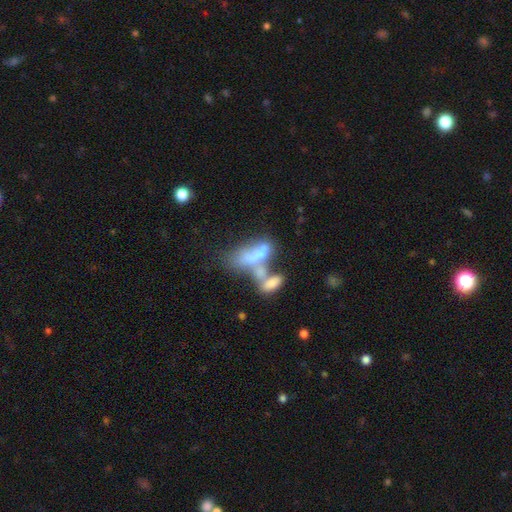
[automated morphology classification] Smooth or featured?
  - smooth: 51% *
  - featured or disk: 38%
  - star or artifact: 11%
How rounded?
  - in between: 74% *
  - cigar-shaped: 22%
  - round: 5%
Merging?
  - merger: 62% *
  - major disturbance: 16%
  - none: 13%
  - minor disturbance: 8%